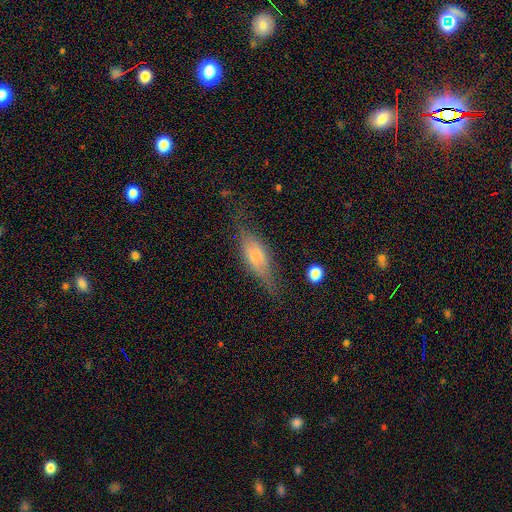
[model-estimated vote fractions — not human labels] featured or disk 49%, smooth 43%, star or artifact 9%. Down the decision tree: merging — none (66%).